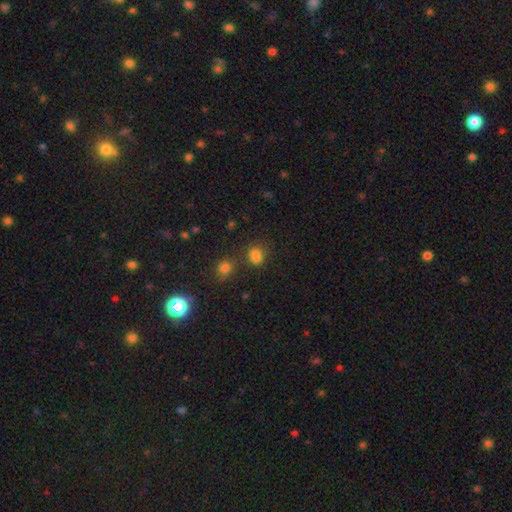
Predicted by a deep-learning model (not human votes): Smooth or featured?
  - smooth: 72% *
  - star or artifact: 21%
  - featured or disk: 7%
How rounded?
  - round: 50% *
  - in between: 48%
  - cigar-shaped: 2%
Merging?
  - none: 57% *
  - merger: 20%
  - minor disturbance: 16%
  - major disturbance: 7%